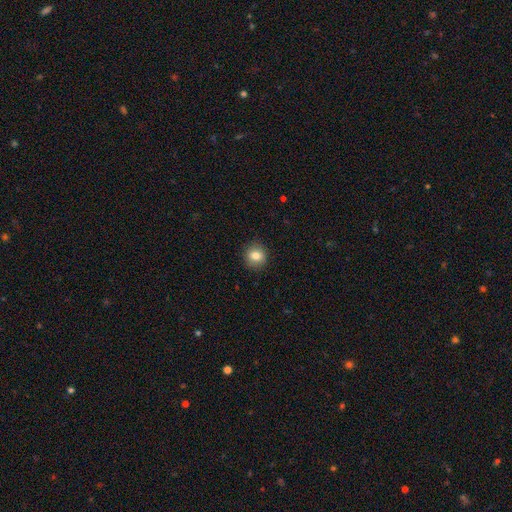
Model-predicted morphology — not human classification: Smooth or featured? smooth (82%)
How rounded? round (88%)
Merging? none (90%)